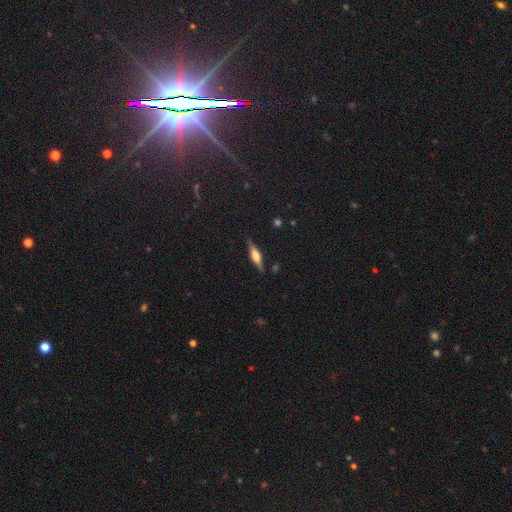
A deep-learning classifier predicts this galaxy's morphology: A featured or disk galaxy (67%) viewed edge-on (97%) with a rounded central bulge (79%). Merging: none (86%).